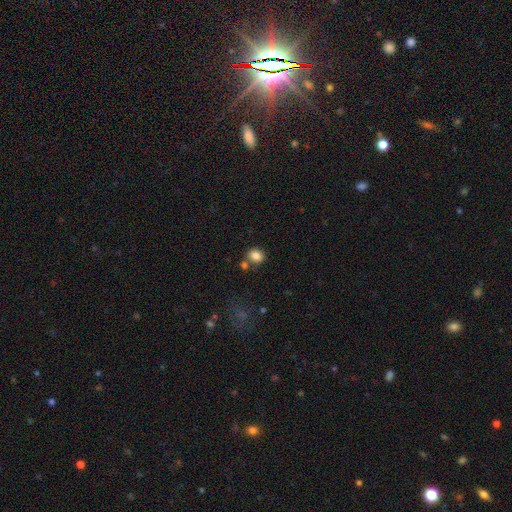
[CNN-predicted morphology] The model was most divided on "how rounded": round: 57%, in between: 42%, cigar-shaped: 1%. More confident: smooth or featured — smooth (85%); merging — none (68%).